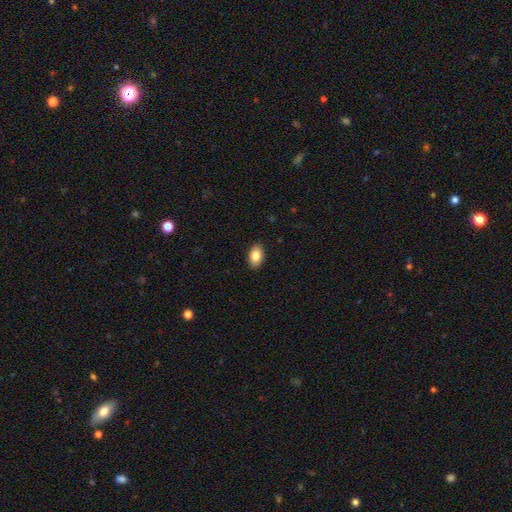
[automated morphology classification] Smooth or featured?
  - smooth: 84% *
  - featured or disk: 8%
  - star or artifact: 8%
How rounded?
  - in between: 90% *
  - round: 9%
  - cigar-shaped: 1%
Merging?
  - none: 90% *
  - minor disturbance: 7%
  - major disturbance: 2%
  - merger: 1%